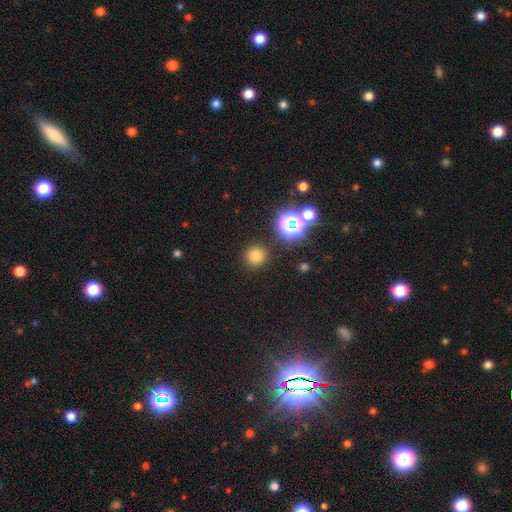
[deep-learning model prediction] Overall: smooth (75%). How rounded: round (95%). Merging: none (90%).